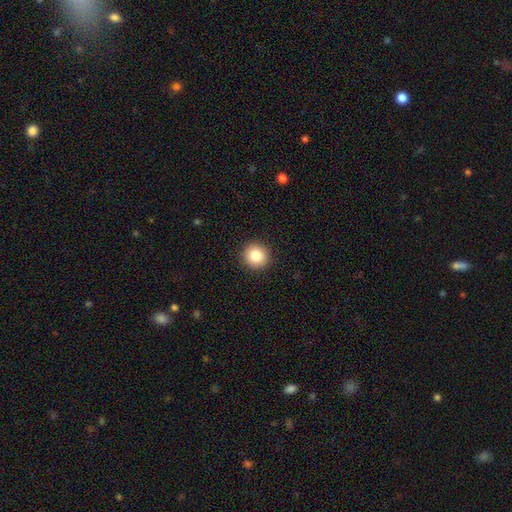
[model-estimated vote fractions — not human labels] This appears to be a smooth galaxy with no disk features (84%) that is round (93%). Merging: none (92%).